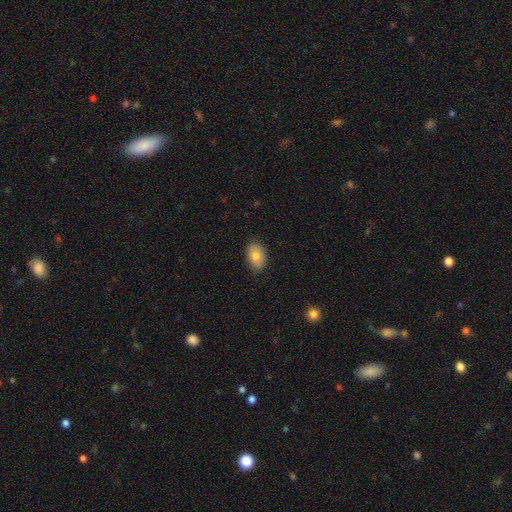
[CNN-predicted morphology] Q: Smooth or featured?
A: smooth (80%); runner-up: featured or disk (12%)
Q: How rounded?
A: in between (85%); runner-up: round (13%)
Q: Merging?
A: none (82%); runner-up: minor disturbance (15%)